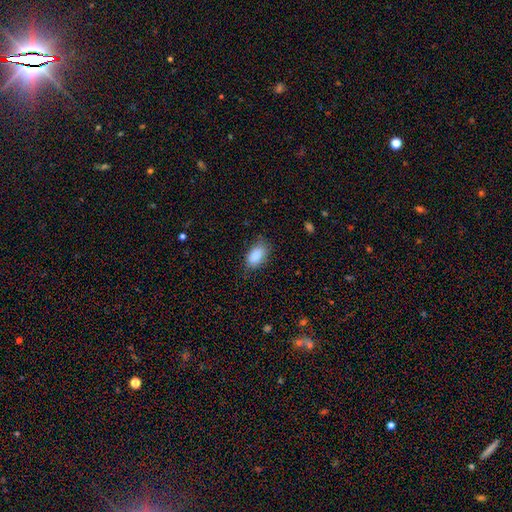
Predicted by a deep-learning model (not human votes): A smooth galaxy with no disk features (89%) that is in between round and cigar-shaped (92%).

Vote fractions:
- Smooth or featured? smooth: 89% / star or artifact: 7% / featured or disk: 4%
- How rounded? in between: 92% / round: 5% / cigar-shaped: 2%
- Merging? none: 75% / minor disturbance: 19% / major disturbance: 5% / merger: 1%